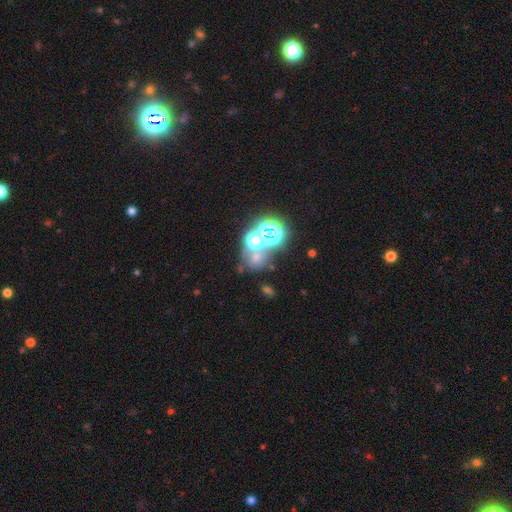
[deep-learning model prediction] Overall: star or artifact (54%; smooth 32%).